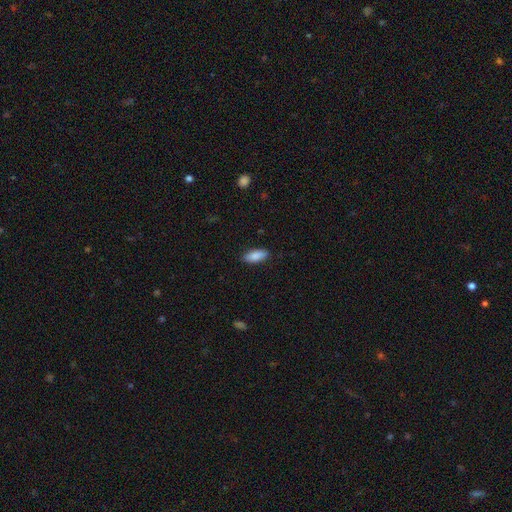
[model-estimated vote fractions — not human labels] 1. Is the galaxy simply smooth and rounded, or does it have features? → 88% smooth, 6% star or artifact, 5% featured or disk.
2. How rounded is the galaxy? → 79% in between, 20% cigar-shaped, 2% round.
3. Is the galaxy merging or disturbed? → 88% none, 9% minor disturbance, 2% major disturbance, 1% merger.